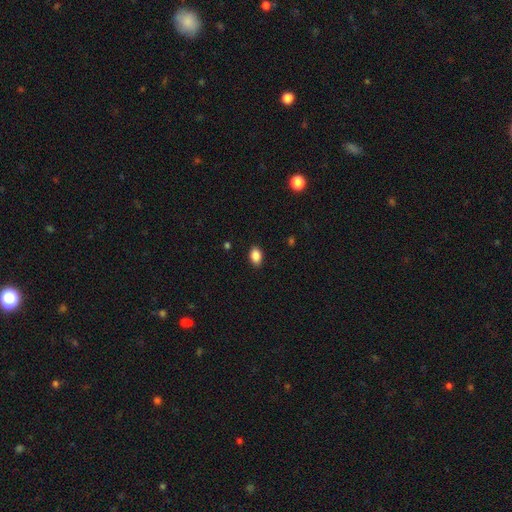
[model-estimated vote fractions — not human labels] This is clearly a smooth galaxy (88%). How rounded: clearly in between (85%). Merging: clearly none (88%).